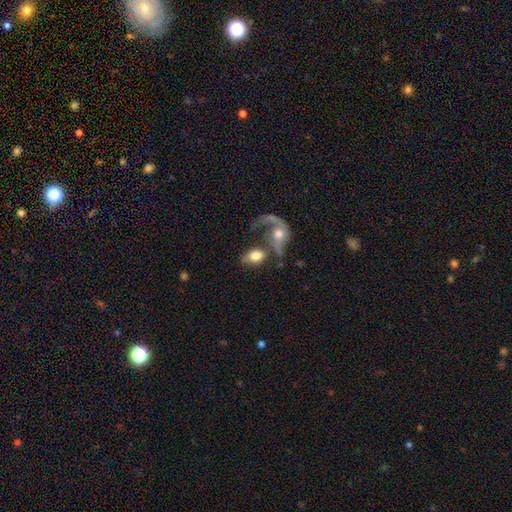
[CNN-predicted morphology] This is likely a smooth galaxy (63%). How rounded: likely in between (79%). Merging: possibly merger (45%).